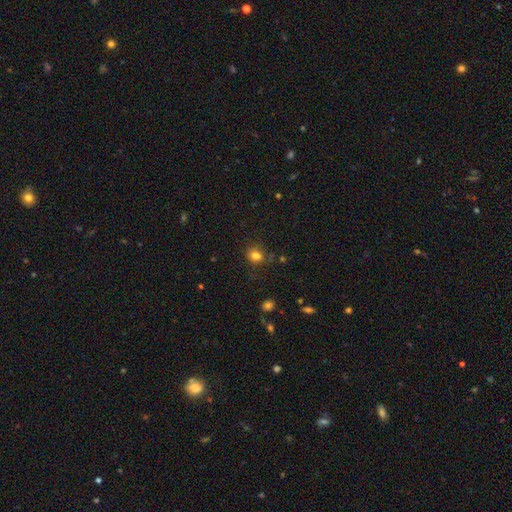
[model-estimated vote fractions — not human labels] smooth 80%, star or artifact 14%, featured or disk 6%. Down the decision tree: how rounded — round (61%); merging — none (75%).